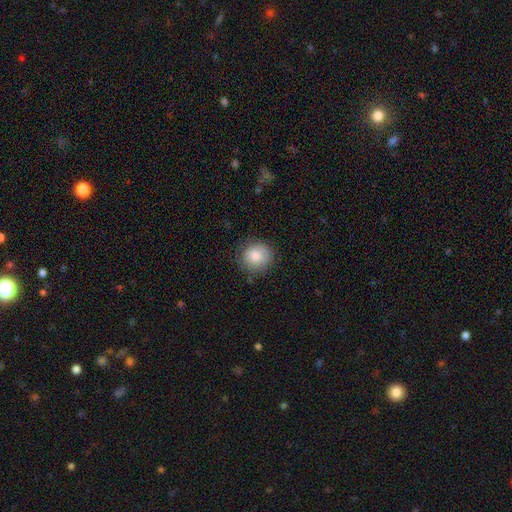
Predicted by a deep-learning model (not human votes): This appears to be a smooth galaxy with no disk features (84%) that is round (90%). Merging: none (82%).